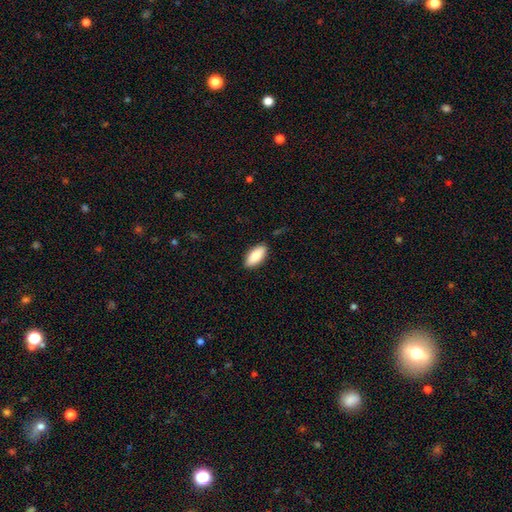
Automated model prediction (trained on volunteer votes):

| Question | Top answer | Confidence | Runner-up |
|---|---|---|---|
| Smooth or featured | smooth | 84% | featured or disk (10%) |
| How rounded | in between | 87% | cigar-shaped (11%) |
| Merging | none | 87% | minor disturbance (10%) |